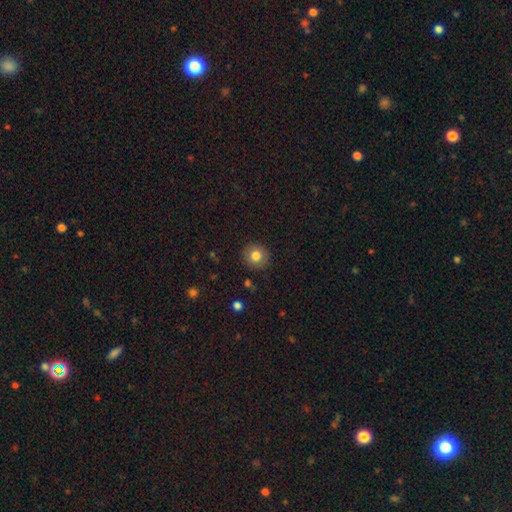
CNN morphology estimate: The model was most divided on "smooth or featured": smooth: 80%, featured or disk: 10%, star or artifact: 10%. More confident: how rounded — round (91%); merging — none (89%).